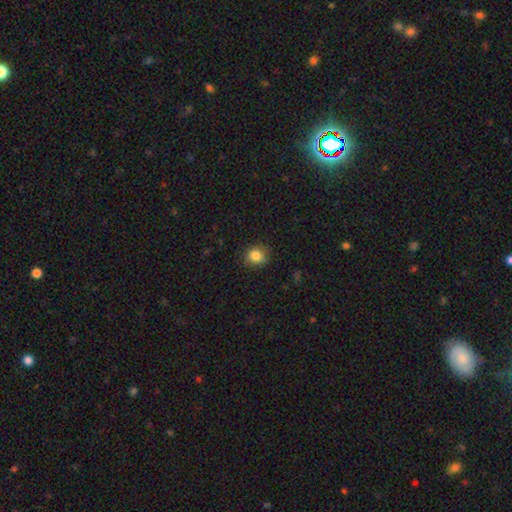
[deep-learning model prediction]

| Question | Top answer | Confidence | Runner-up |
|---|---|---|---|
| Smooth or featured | smooth | 84% | star or artifact (10%) |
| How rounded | round | 81% | in between (18%) |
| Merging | none | 87% | minor disturbance (10%) |